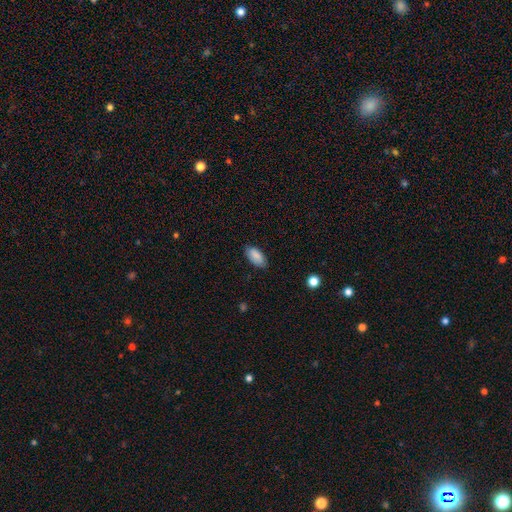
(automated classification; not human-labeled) Q: Smooth or featured?
A: smooth (85%); runner-up: featured or disk (8%)
Q: How rounded?
A: in between (93%); runner-up: cigar-shaped (5%)
Q: Merging?
A: none (82%); runner-up: minor disturbance (15%)